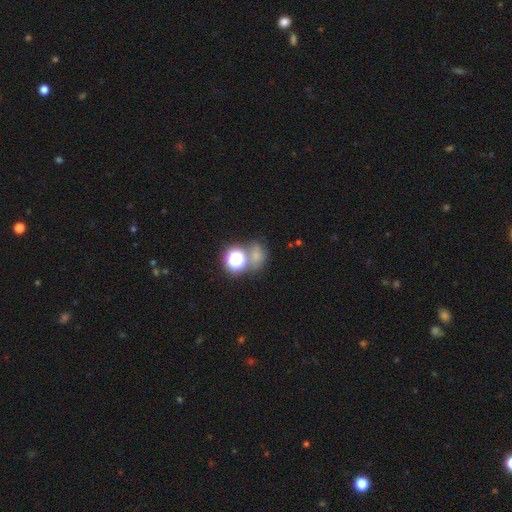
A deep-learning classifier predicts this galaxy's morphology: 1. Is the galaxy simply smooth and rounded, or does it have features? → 53% smooth, 35% star or artifact, 12% featured or disk.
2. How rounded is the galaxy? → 62% round, 37% in between, 1% cigar-shaped.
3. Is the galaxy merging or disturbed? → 51% none, 23% merger, 15% minor disturbance, 11% major disturbance.